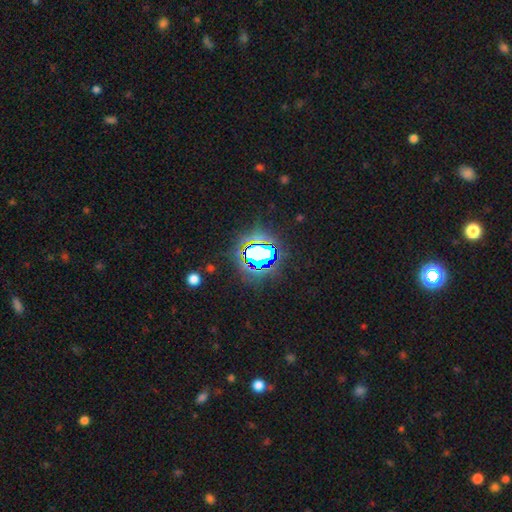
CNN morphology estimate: Smooth or featured?
  - star or artifact: 81% *
  - smooth: 12%
  - featured or disk: 7%